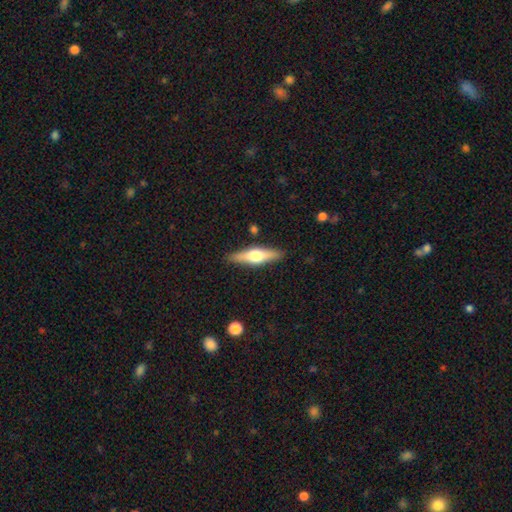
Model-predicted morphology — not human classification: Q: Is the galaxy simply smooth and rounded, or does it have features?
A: featured or disk — 56%.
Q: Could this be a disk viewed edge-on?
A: yes — 95%.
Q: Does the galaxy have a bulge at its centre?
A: rounded — 93%.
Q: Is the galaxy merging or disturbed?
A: none — 88%.